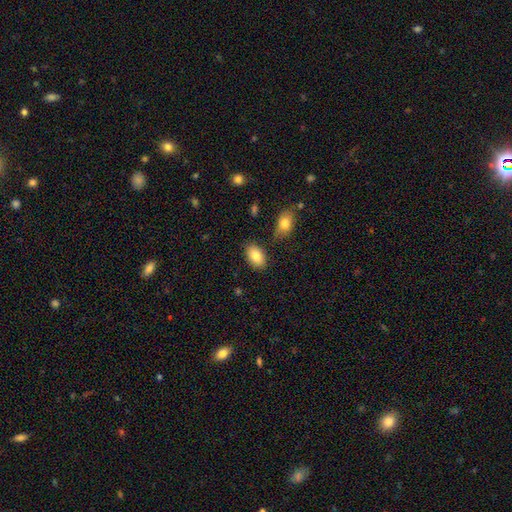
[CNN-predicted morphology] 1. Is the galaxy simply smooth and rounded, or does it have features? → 84% smooth, 9% featured or disk, 7% star or artifact.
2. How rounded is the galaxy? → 92% in between, 6% round, 2% cigar-shaped.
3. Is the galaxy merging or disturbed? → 83% none, 11% minor disturbance, 4% merger, 3% major disturbance.